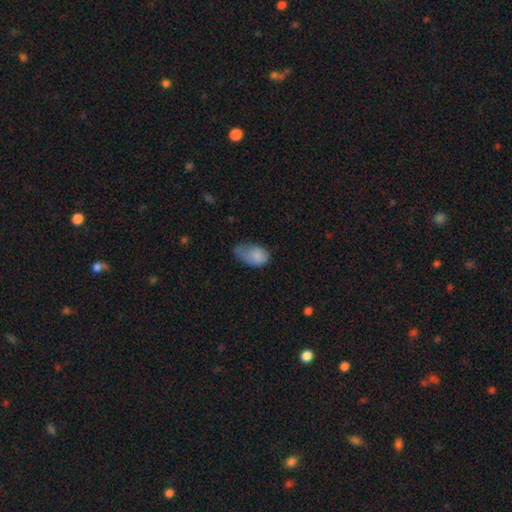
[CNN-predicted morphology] This is clearly a smooth galaxy (81%). How rounded: clearly in between (90%). Merging: marginally minor disturbance (42%).